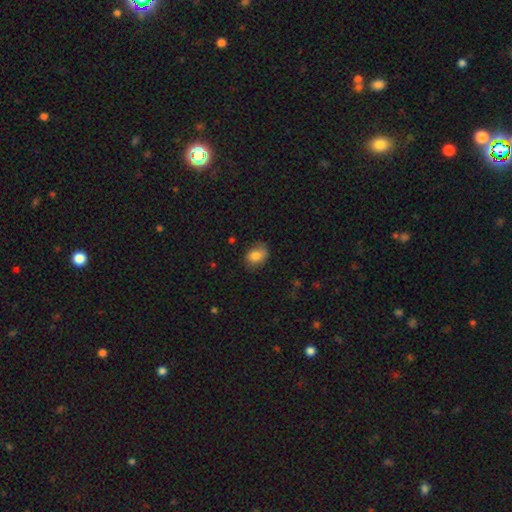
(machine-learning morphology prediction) Q: Smooth or featured?
A: smooth (82%); runner-up: featured or disk (10%)
Q: How rounded?
A: in between (61%); runner-up: round (38%)
Q: Merging?
A: none (68%); runner-up: minor disturbance (24%)